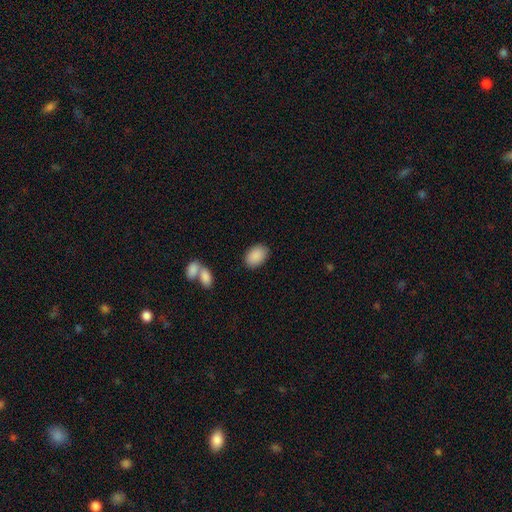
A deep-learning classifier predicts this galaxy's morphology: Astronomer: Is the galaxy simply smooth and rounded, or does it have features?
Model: smooth — 90%.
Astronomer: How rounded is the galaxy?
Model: in between — 85%.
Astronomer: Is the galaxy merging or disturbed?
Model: none — 84%.